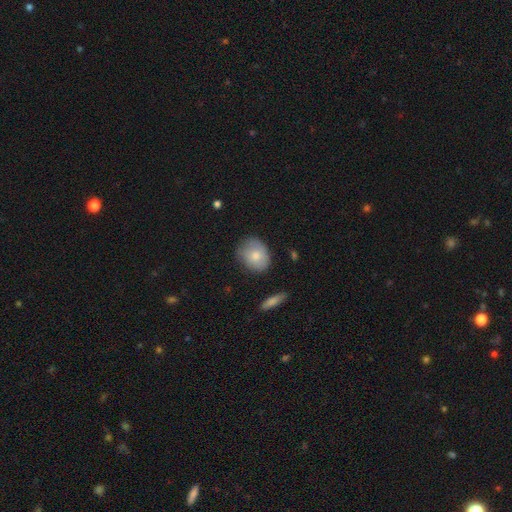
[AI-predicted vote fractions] A smooth galaxy with no disk features (76%) that is round (56%). Merging: none (68%).